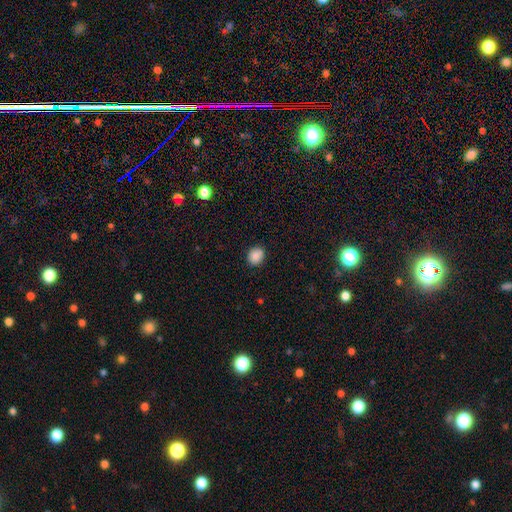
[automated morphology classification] Smooth or featured? smooth (87%)
How rounded? round (69%)
Merging? none (87%)